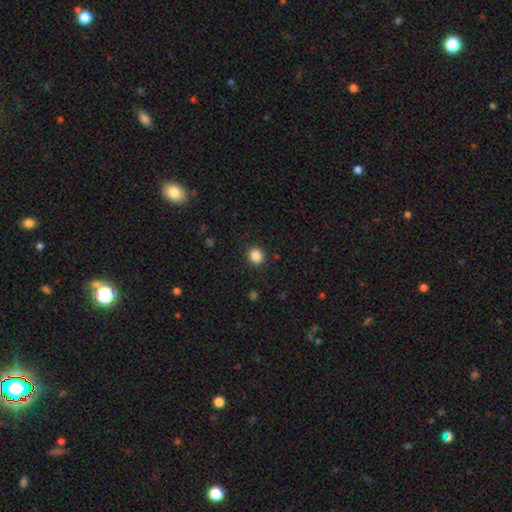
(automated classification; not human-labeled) Overall: smooth (86%). How rounded: round (76%). Merging: none (90%).